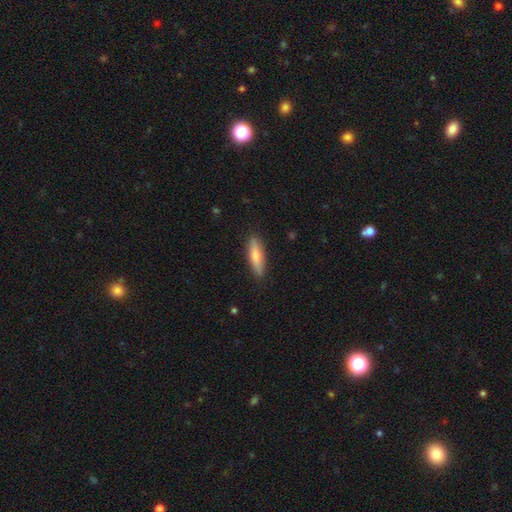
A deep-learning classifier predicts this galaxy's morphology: Smooth or featured? Predicted: smooth (p=0.71). How rounded? Predicted: cigar-shaped (p=0.68). Merging? Predicted: none (p=0.87).